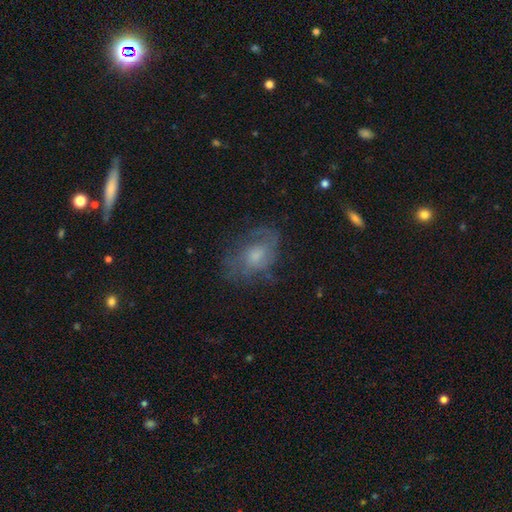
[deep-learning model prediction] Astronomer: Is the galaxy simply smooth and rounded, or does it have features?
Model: featured or disk — 56% (runner-up: smooth, 33%).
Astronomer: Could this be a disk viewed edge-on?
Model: no — 95%.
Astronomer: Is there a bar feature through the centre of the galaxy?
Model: no — 73%.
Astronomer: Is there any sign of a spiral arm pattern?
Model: yes — 73%.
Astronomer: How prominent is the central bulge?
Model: moderate — 48% (runner-up: small, 31%).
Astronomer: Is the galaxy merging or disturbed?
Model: none — 61%.